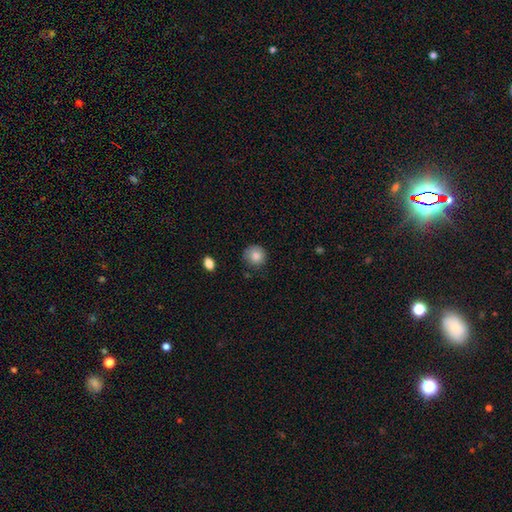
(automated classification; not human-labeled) smooth-or-featured: smooth: 85% | star or artifact: 9% | featured or disk: 6%
  how-rounded: round: 90% | in between: 9% | cigar-shaped: 1%
  merging: none: 80% | minor disturbance: 15% | major disturbance: 3% | merger: 2%